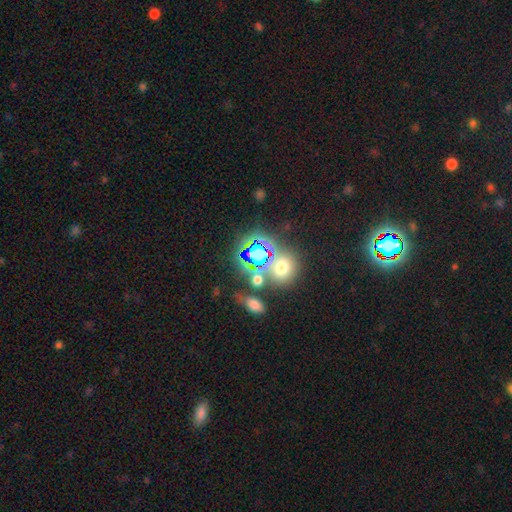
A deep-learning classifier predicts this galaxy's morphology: This is likely a star or artifact rather than a galaxy (69%).